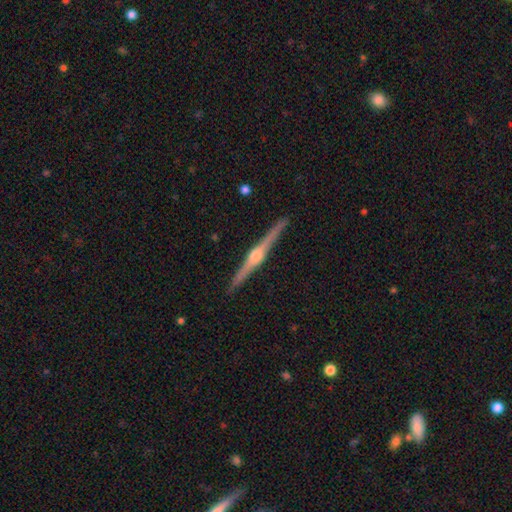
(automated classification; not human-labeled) Smooth or featured? Predicted: featured or disk (p=0.86). Edge-on disk? Predicted: yes (p=0.99). Edge-on bulge? Predicted: rounded (p=0.91). Merging? Predicted: none (p=0.93).